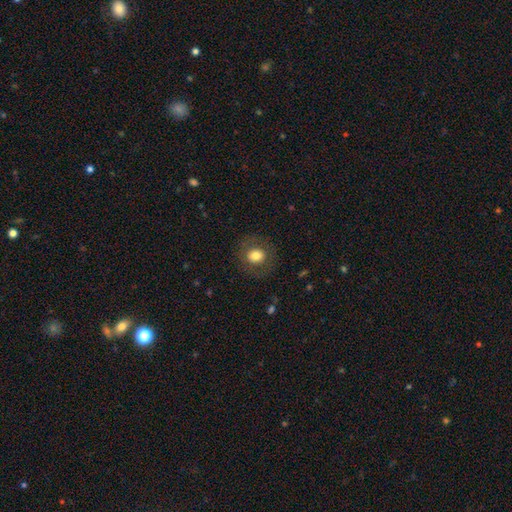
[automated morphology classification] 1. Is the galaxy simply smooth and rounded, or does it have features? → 75% smooth, 16% featured or disk, 9% star or artifact.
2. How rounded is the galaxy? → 81% round, 18% in between, 1% cigar-shaped.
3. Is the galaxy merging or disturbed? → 85% none, 9% minor disturbance, 5% major disturbance, 1% merger.